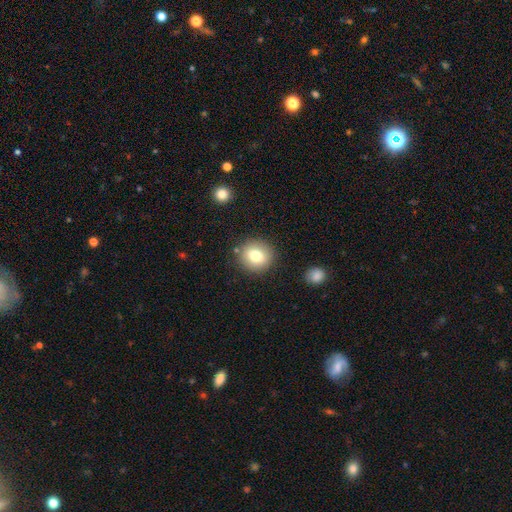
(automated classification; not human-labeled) This appears to be a smooth galaxy with no disk features (78%) that is round (87%). Merging: none (86%).